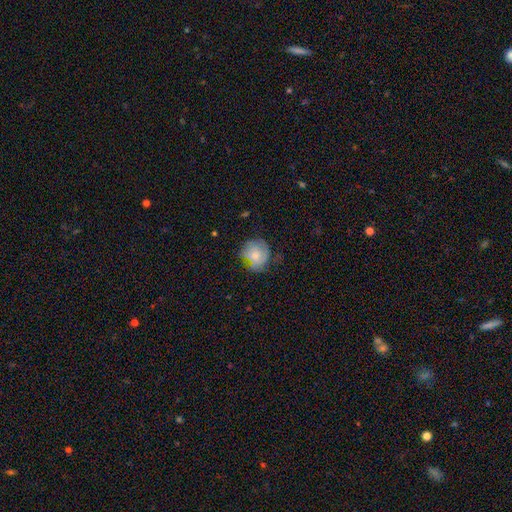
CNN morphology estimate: smooth_or_featured: smooth (p=0.63) [alt: featured or disk p=0.29]
how_rounded: round (p=0.85) [alt: in between p=0.14]
merging: none (p=0.58) [alt: minor disturbance p=0.29]